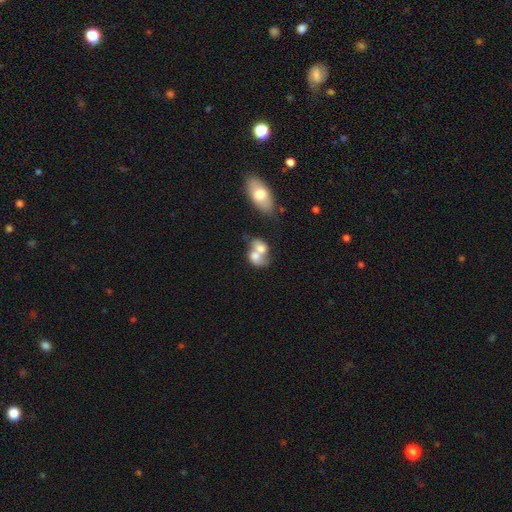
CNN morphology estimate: The model was most divided on "how rounded": in between: 66%, round: 32%, cigar-shaped: 2%. More confident: merging — merger (73%); smooth or featured — smooth (65%).